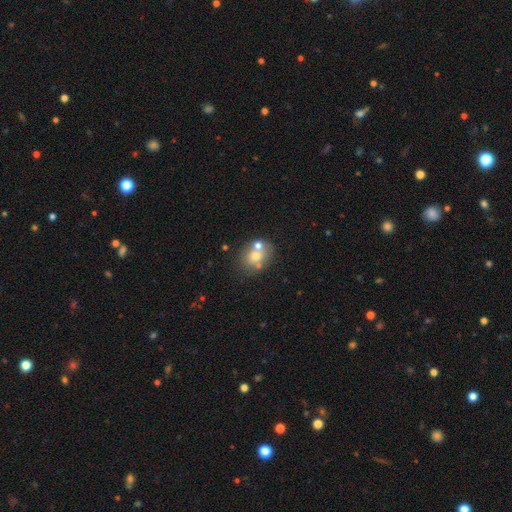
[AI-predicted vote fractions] Smooth or featured: smooth — 61% (featured or disk — 27%)
How rounded: round — 60% (in between — 39%)
Merging: none — 49% (merger — 34%)